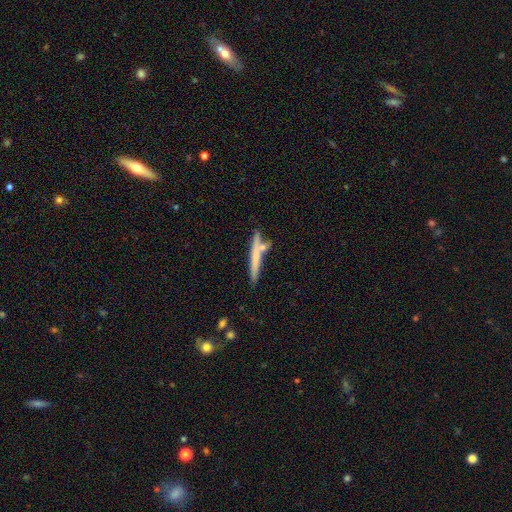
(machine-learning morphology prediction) This is possibly a smooth galaxy (55%). How rounded: clearly cigar-shaped (94%). Merging: likely none (69%).